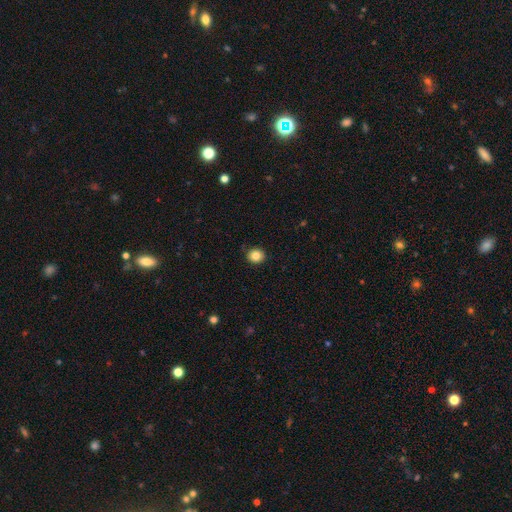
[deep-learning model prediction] Smooth or featured? smooth (84%)
How rounded? round (85%)
Merging? none (90%)